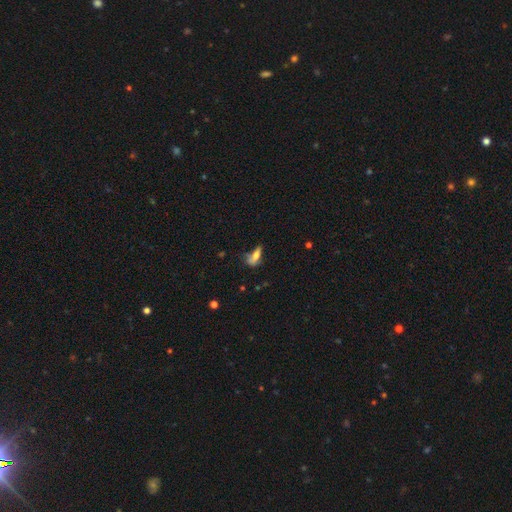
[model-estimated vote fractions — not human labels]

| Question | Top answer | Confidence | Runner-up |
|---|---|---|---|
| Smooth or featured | smooth | 63% | featured or disk (25%) |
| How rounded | in between | 68% | cigar-shaped (27%) |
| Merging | none | 30% | minor disturbance (29%) |